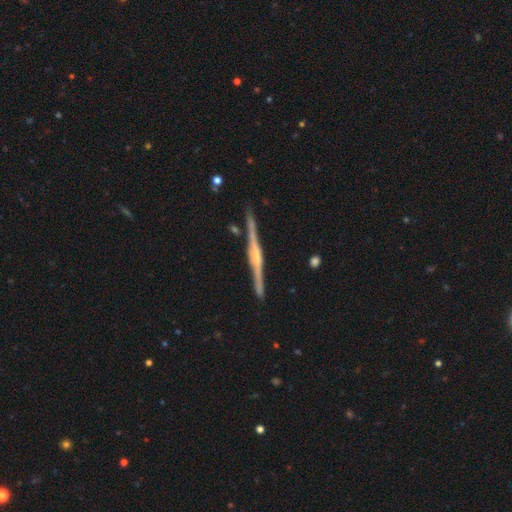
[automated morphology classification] Q: Smooth or featured?
A: featured or disk (86%); runner-up: smooth (9%)
Q: Edge-on disk?
A: yes (98%); runner-up: no (2%)
Q: Edge-on bulge?
A: rounded (63%); runner-up: boxy (23%)
Q: Merging?
A: none (88%); runner-up: minor disturbance (8%)